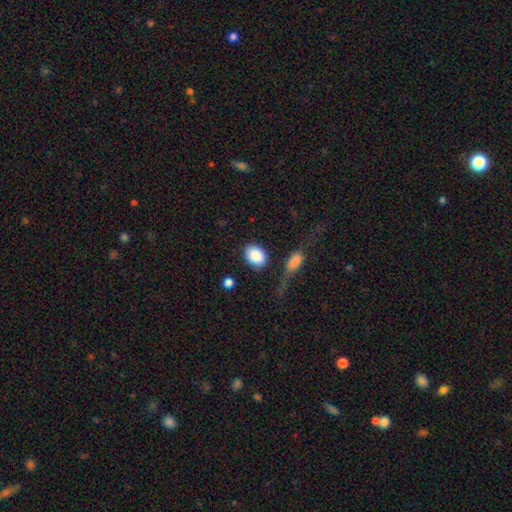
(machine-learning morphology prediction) Smooth or featured? Predicted: smooth (p=0.89). How rounded? Predicted: in between (p=0.71). Merging? Predicted: none (p=0.72).